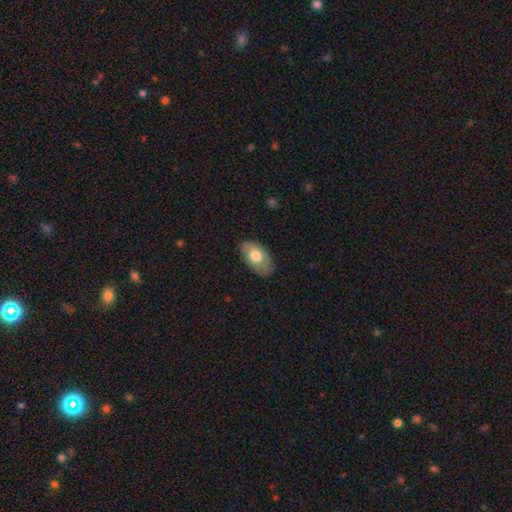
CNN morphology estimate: Q: Smooth or featured?
A: smooth (64%); runner-up: featured or disk (30%)
Q: How rounded?
A: in between (93%); runner-up: round (5%)
Q: Merging?
A: none (79%); runner-up: minor disturbance (16%)